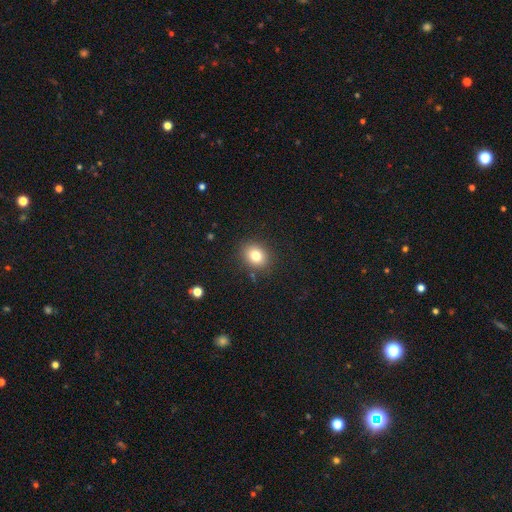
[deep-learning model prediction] Smooth or featured?
  - smooth: 80% *
  - star or artifact: 11%
  - featured or disk: 9%
How rounded?
  - round: 52% *
  - in between: 47%
  - cigar-shaped: 1%
Merging?
  - none: 87% *
  - minor disturbance: 9%
  - major disturbance: 3%
  - merger: 1%